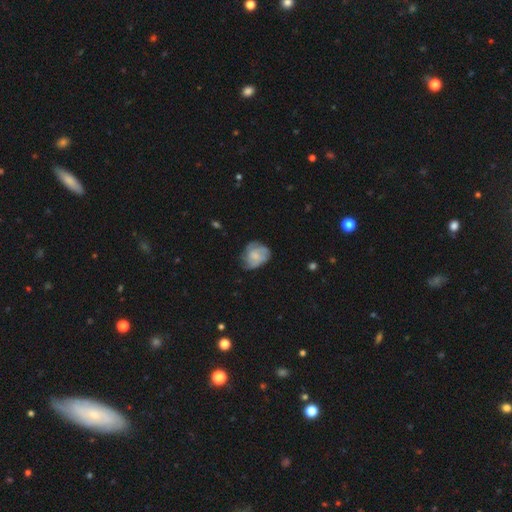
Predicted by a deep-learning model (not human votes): Morphology: type=featured or disk (50%); edge-on=no (97%); merging=none (56%).